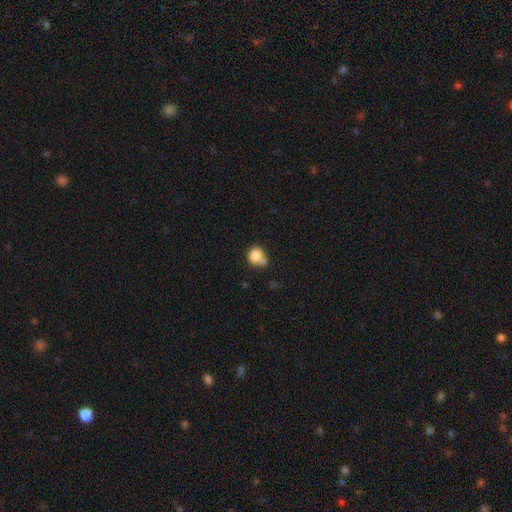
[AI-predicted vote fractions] Smooth or featured? smooth (82%)
How rounded? round (78%)
Merging? none (48%)